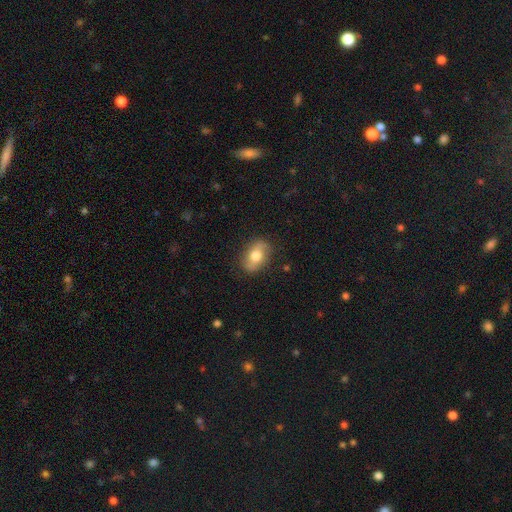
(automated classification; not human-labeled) Q: Smooth or featured?
A: smooth (55%); runner-up: featured or disk (38%)
Q: How rounded?
A: in between (81%); runner-up: round (16%)
Q: Merging?
A: none (81%); runner-up: minor disturbance (14%)